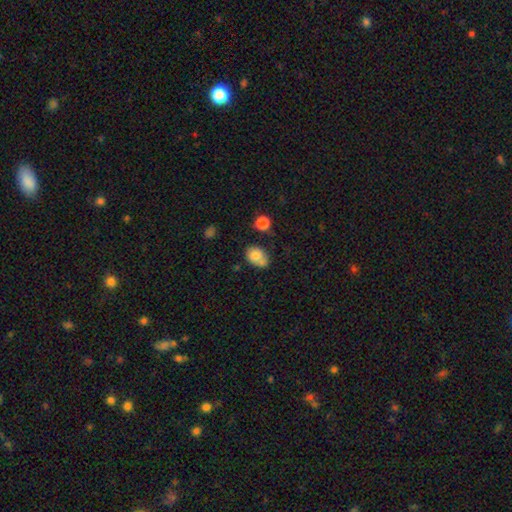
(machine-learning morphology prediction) The model was most divided on "merging": none: 46%, minor disturbance: 25%, merger: 20%, major disturbance: 8%. More confident: smooth or featured — smooth (75%); how rounded — in between (66%).